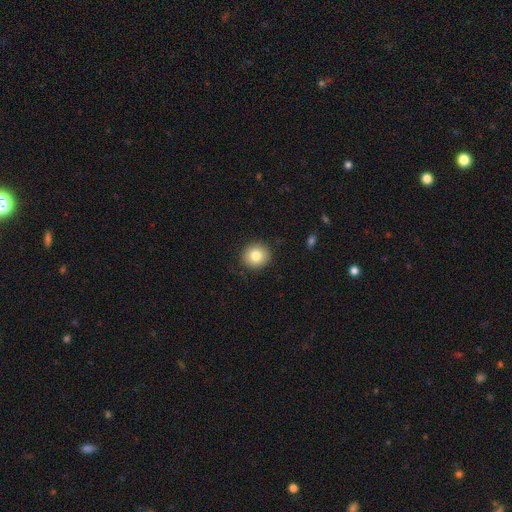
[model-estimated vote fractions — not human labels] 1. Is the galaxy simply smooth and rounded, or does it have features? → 81% smooth, 10% featured or disk, 9% star or artifact.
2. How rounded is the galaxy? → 90% round, 9% in between, 1% cigar-shaped.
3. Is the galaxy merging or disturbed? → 92% none, 6% minor disturbance, 2% major disturbance, 1% merger.